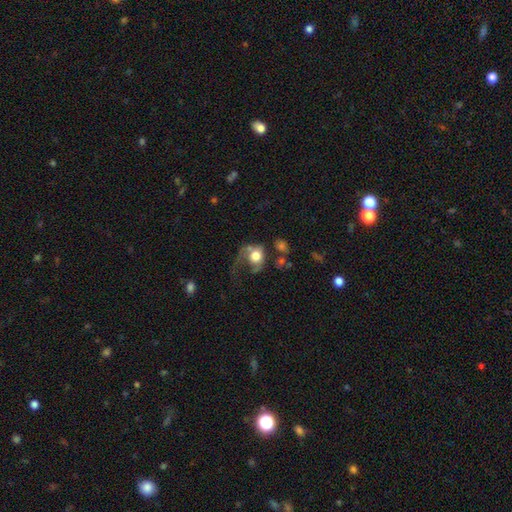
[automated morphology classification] Smooth or featured? smooth (59%)
How rounded? round (56%)
Merging? major disturbance (55%)